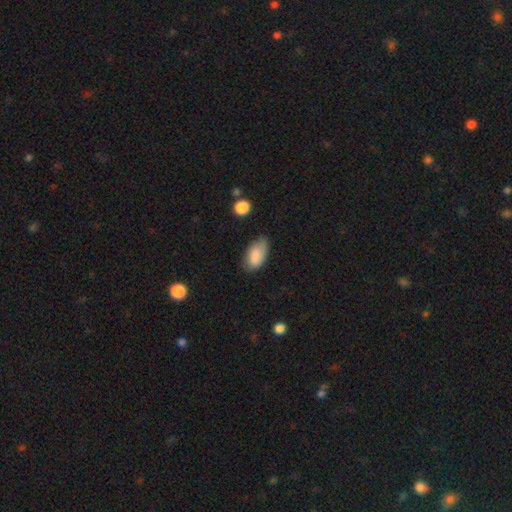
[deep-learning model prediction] A smooth galaxy with no disk features (85%) that is in between round and cigar-shaped (94%). Merging: none (60%).